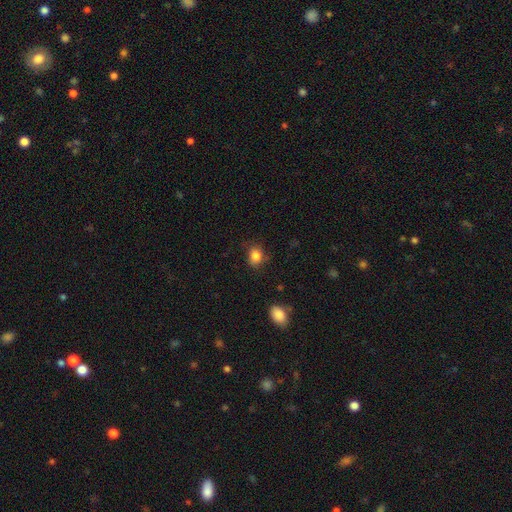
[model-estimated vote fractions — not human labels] A smooth galaxy with no disk features (85%) that is round (53%). Merging: none (71%).